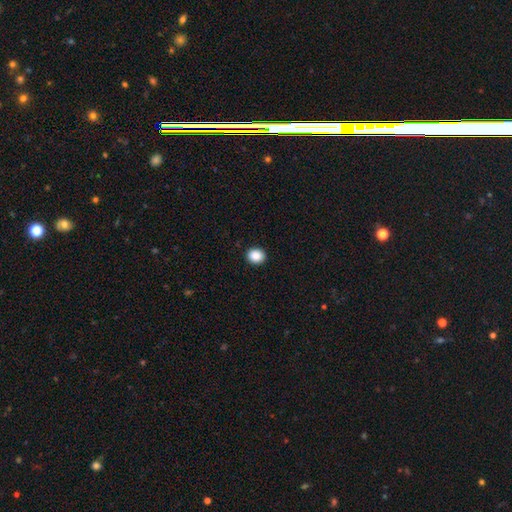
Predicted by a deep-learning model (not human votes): Smooth or featured: smooth — 88% (star or artifact — 9%)
How rounded: round — 72% (in between — 27%)
Merging: none — 92% (minor disturbance — 5%)